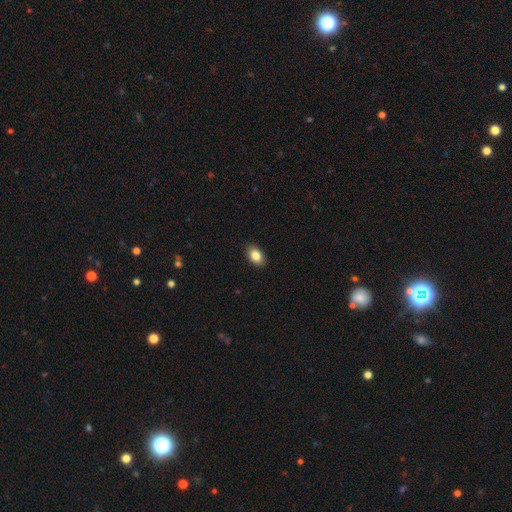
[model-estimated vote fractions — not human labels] This appears to be a smooth galaxy with no disk features (85%) that is in between round and cigar-shaped (87%). Merging: none (89%).